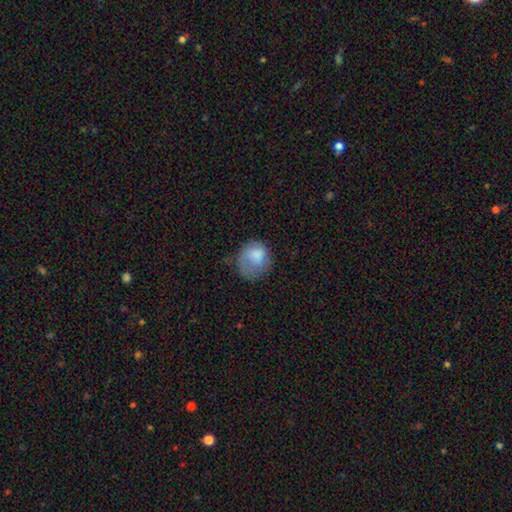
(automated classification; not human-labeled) Smooth or featured: smooth — 75% (featured or disk — 18%)
How rounded: round — 70% (in between — 29%)
Merging: none — 40% (minor disturbance — 30%)